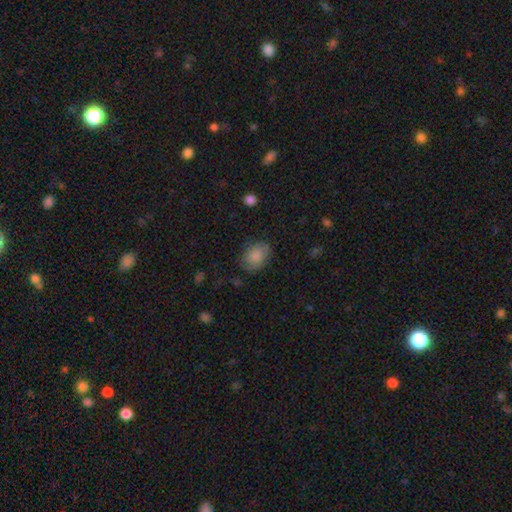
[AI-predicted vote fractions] Smooth or featured? Predicted: smooth (p=0.81). How rounded? Predicted: in between (p=0.67). Merging? Predicted: none (p=0.73).